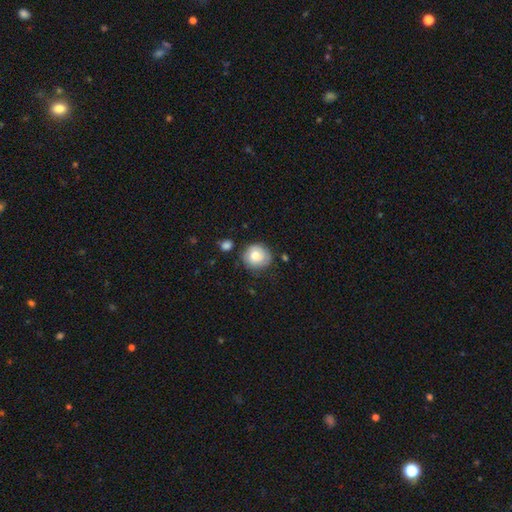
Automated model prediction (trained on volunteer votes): Smooth or featured? Predicted: smooth (p=0.76). How rounded? Predicted: round (p=0.83). Merging? Predicted: none (p=0.73).